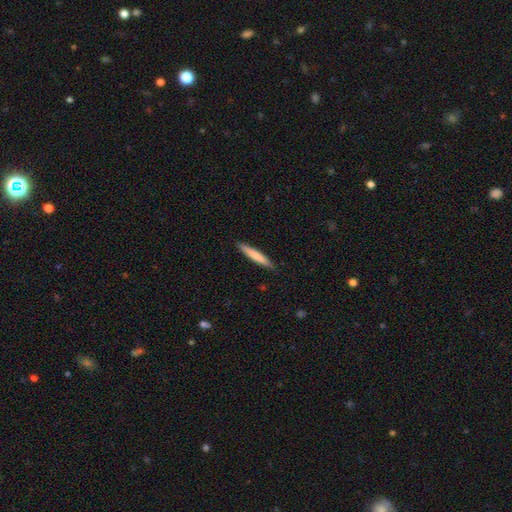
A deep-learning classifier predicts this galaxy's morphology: Q: Smooth or featured?
A: smooth (74%); runner-up: featured or disk (21%)
Q: How rounded?
A: cigar-shaped (94%); runner-up: in between (4%)
Q: Merging?
A: none (90%); runner-up: minor disturbance (7%)